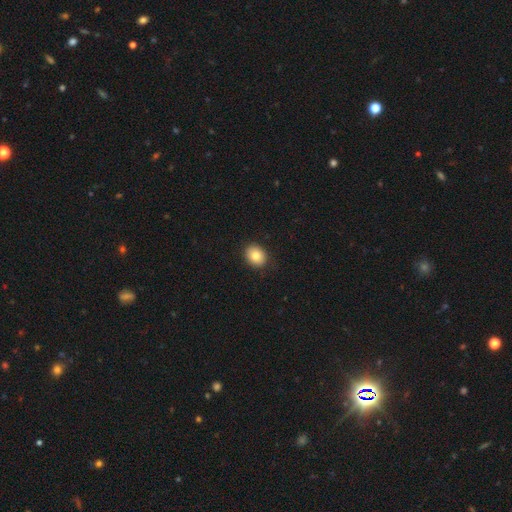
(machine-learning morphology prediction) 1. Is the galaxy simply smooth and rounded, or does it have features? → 82% smooth, 9% star or artifact, 9% featured or disk.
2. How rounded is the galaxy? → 50% in between, 49% round, 1% cigar-shaped.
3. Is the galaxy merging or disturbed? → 88% none, 9% minor disturbance, 2% major disturbance, 1% merger.